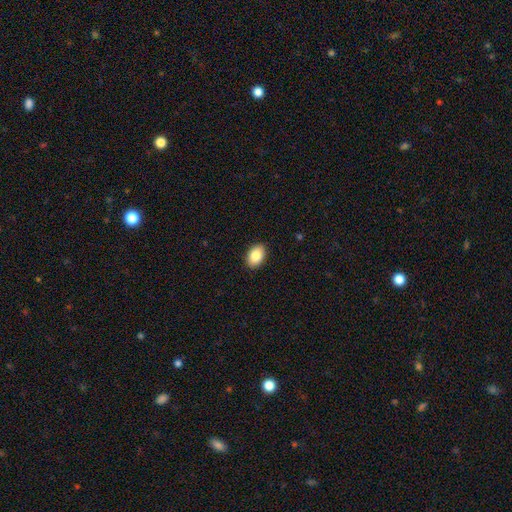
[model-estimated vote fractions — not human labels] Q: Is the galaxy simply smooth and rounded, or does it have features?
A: smooth — 86%.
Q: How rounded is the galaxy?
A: in between — 86%.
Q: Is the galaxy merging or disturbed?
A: none — 90%.